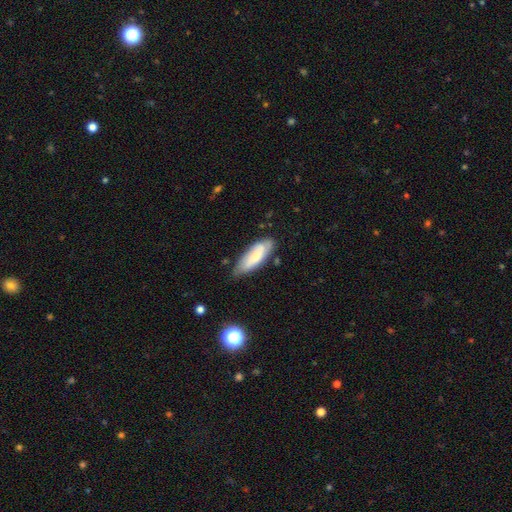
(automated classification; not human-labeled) The model was most divided on "how rounded": in between: 63%, cigar-shaped: 35%, round: 2%. More confident: smooth or featured — smooth (70%); merging — none (65%).